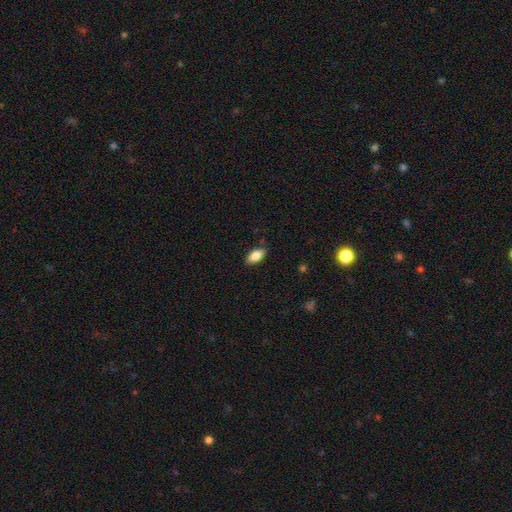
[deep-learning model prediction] A smooth galaxy with no disk features (84%) that is in between round and cigar-shaped (90%).

Vote fractions:
- Smooth or featured? smooth: 84% / featured or disk: 9% / star or artifact: 7%
- How rounded? in between: 90% / cigar-shaped: 7% / round: 3%
- Merging? none: 85% / minor disturbance: 12% / major disturbance: 2% / merger: 1%